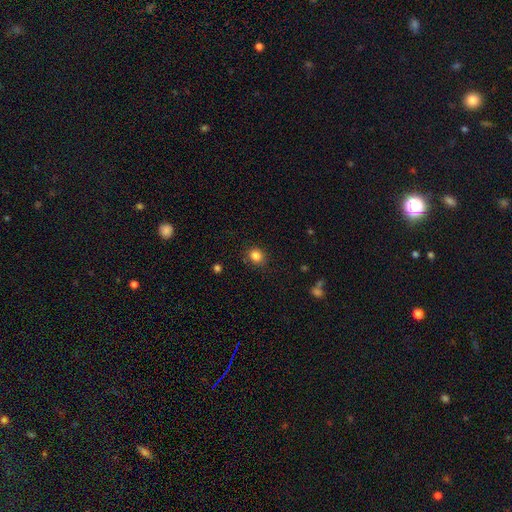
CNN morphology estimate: Smooth or featured: smooth — 84% (star or artifact — 11%)
How rounded: round — 77% (in between — 22%)
Merging: none — 86% (minor disturbance — 10%)